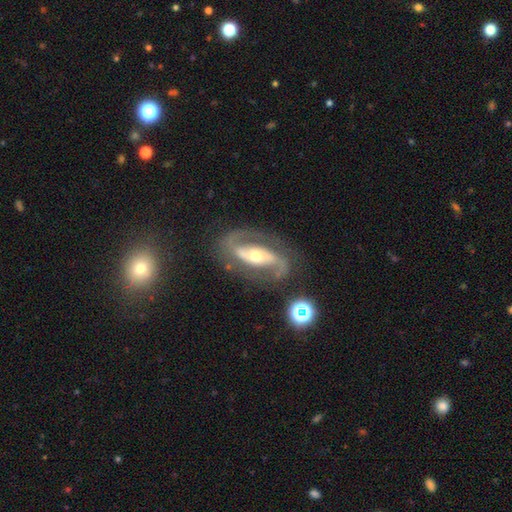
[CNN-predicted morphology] This is clearly a featured or disk galaxy (88%). It is clearly not viewed edge-on (95%). Bar: marginally strong (43%). Spiral arm pattern: clearly yes (95%). Spiral arm count: clearly 2 (91%). Spiral winding: possibly medium (52%). Central bulge: possibly moderate (55%). Merging: likely none (75%).